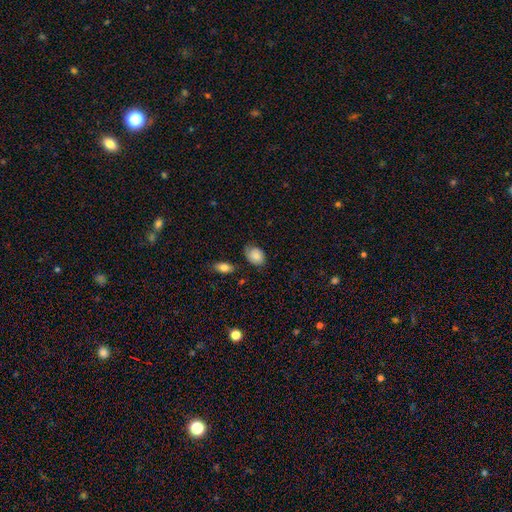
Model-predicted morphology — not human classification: This is likely a smooth galaxy (79%). How rounded: likely in between (72%). Merging: likely none (64%).